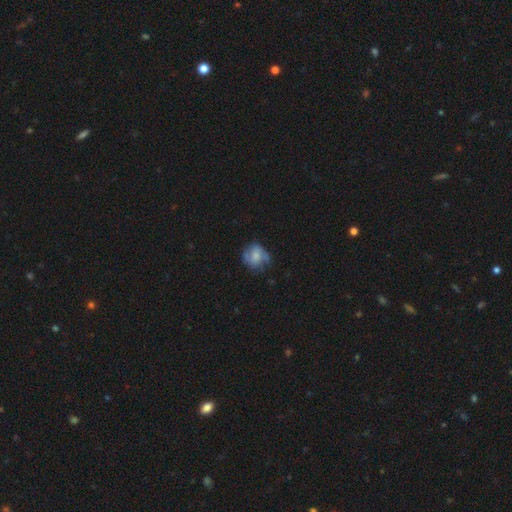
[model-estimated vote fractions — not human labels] Smooth or featured? Predicted: smooth (p=0.46). Merging? Predicted: none (p=0.53).